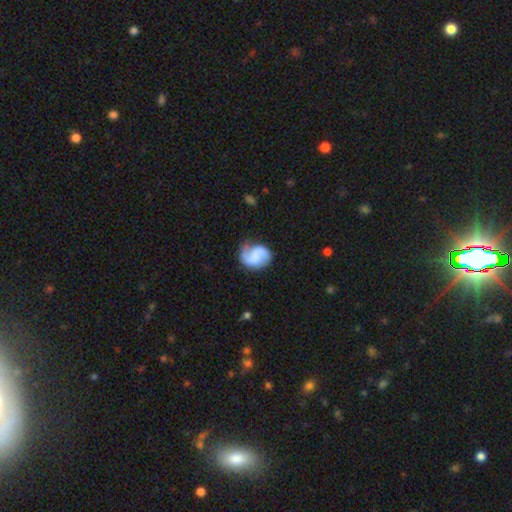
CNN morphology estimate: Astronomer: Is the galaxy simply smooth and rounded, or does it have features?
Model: featured or disk — 69%.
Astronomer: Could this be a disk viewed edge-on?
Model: no — 98%.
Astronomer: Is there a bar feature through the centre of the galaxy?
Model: no — 46% (runner-up: weak, 39%).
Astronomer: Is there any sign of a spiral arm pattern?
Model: yes — 93%.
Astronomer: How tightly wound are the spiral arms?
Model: medium — 43% (runner-up: loose, 38%).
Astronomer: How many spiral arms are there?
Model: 2 — 84%.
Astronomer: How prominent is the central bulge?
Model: none — 57%.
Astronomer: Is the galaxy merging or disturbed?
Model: none — 65%.